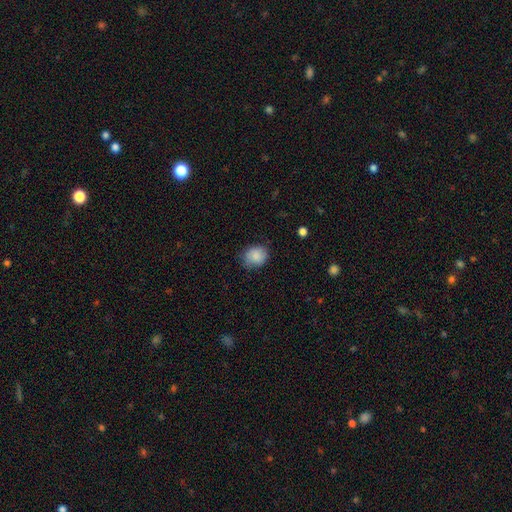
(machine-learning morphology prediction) type=smooth (85%); roundness=round (57%); merging=none (73%).